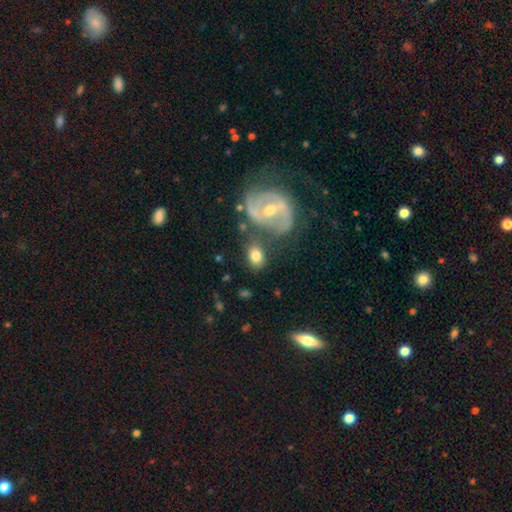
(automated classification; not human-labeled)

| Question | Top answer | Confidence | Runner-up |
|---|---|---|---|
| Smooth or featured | smooth | 64% | featured or disk (29%) |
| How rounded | in between | 71% | round (27%) |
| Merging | none | 62% | minor disturbance (17%) |